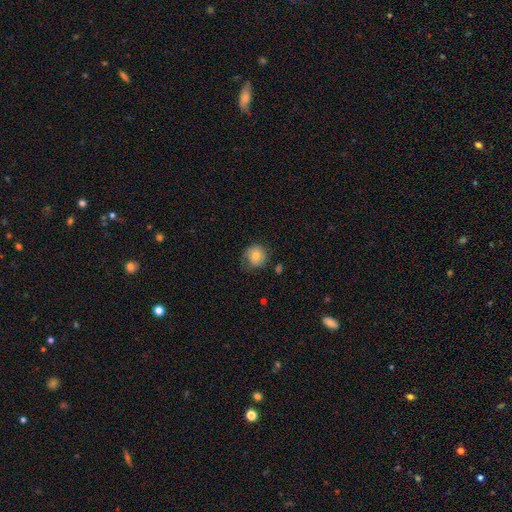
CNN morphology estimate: Overall: smooth (77%). How rounded: round (91%). Merging: none (72%).